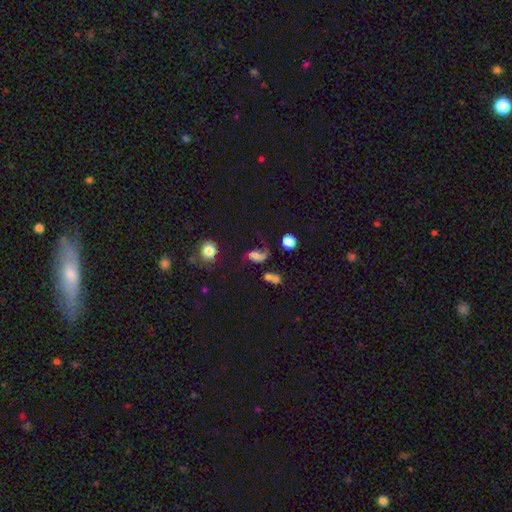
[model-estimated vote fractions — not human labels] A featured or disk galaxy (58%) with no bar (56%), spiral arms (88%) and a moderate central bulge (32%). Merging: none (38%).